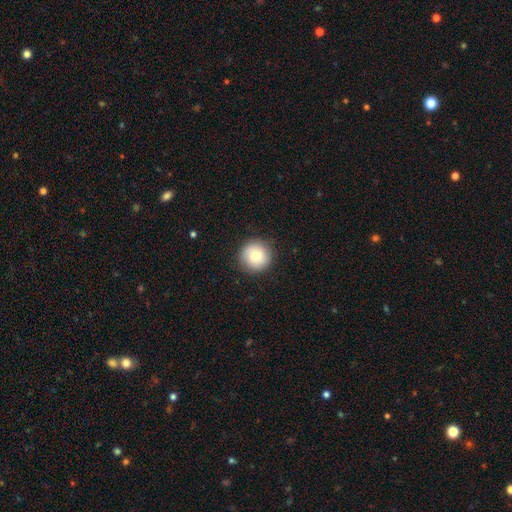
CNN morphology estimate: A smooth galaxy with no disk features (78%) that is round (95%). Merging: none (88%).